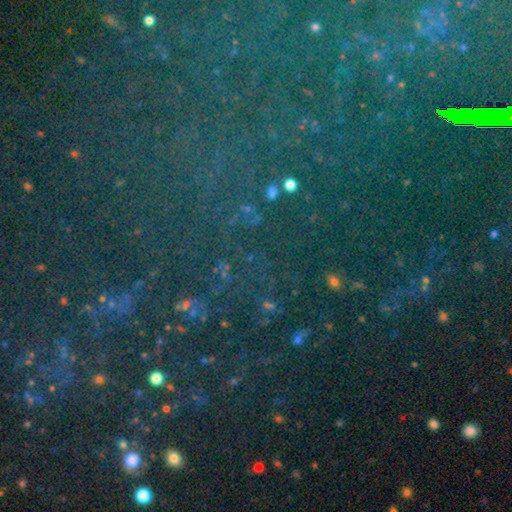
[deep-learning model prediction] smooth_or_featured: star or artifact (p=0.79) [alt: smooth p=0.13]